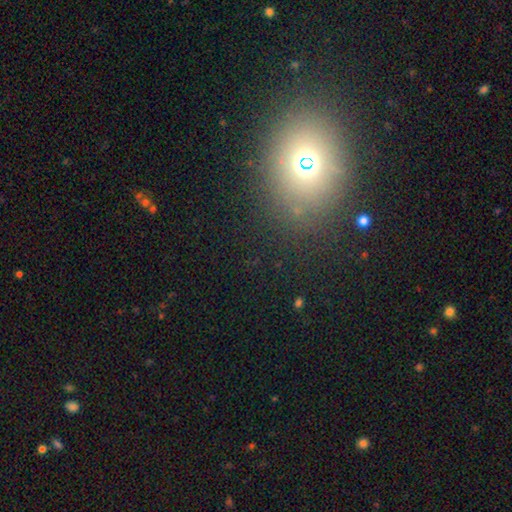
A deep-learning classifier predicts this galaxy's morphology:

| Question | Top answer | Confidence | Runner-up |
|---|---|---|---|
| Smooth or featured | smooth | 51% | star or artifact (32%) |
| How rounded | round | 55% | in between (43%) |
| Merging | none | 79% | minor disturbance (11%) |